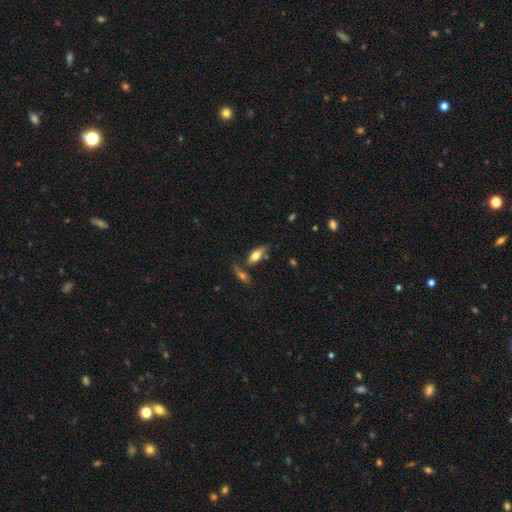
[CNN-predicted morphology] Overall: smooth (69%). How rounded: in between (81%). Merging: none (63%).